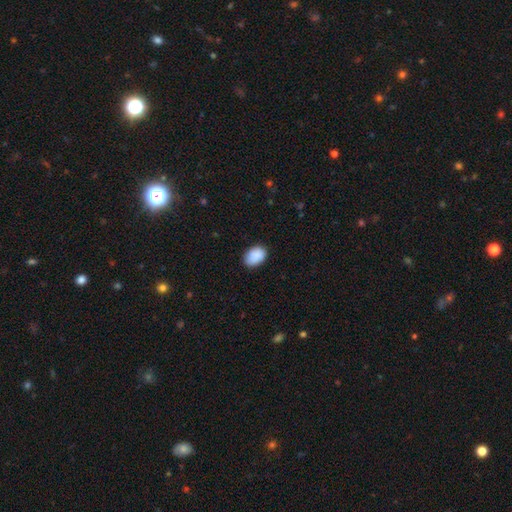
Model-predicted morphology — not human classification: Overall: smooth (90%). How rounded: in between (85%). Merging: none (83%).